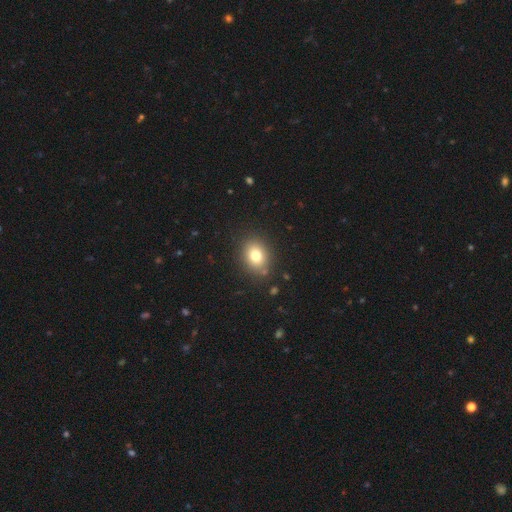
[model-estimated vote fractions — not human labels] smooth-or-featured: smooth: 78% | star or artifact: 12% | featured or disk: 10%
  how-rounded: in between: 53% | round: 46% | cigar-shaped: 1%
  merging: none: 86% | minor disturbance: 9% | major disturbance: 3% | merger: 2%